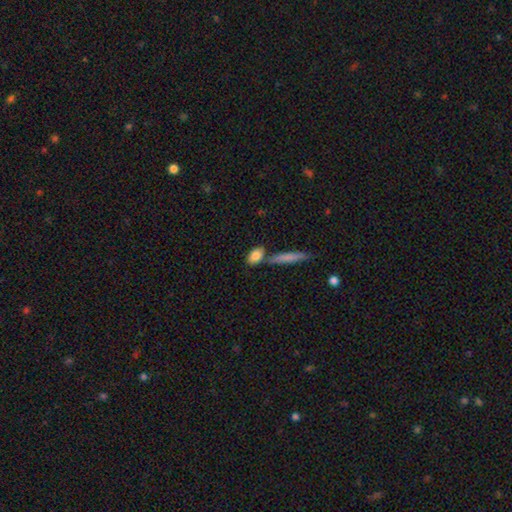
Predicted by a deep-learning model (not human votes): Overall: smooth (81%). How rounded: in between (78%). Merging: none (62%).